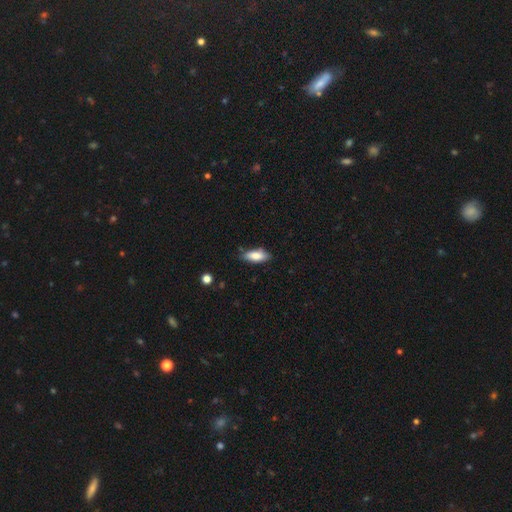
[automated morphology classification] Overall: smooth (79%). How rounded: in between (79%). Merging: none (75%).